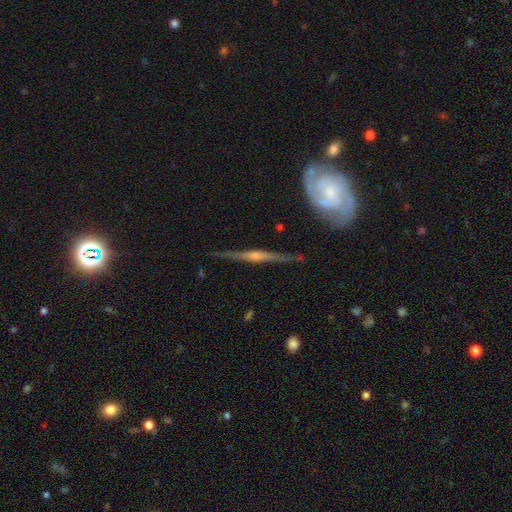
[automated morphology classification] Smooth or featured? featured or disk (83%)
Edge-on disk? yes (85%)
Edge-on bulge? rounded (77%)
Merging? none (82%)